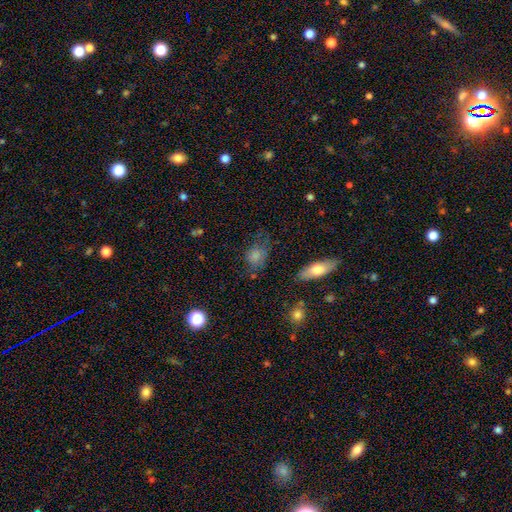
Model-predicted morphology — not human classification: This is likely a smooth galaxy (76%). How rounded: likely in between (64%). Merging: possibly none (48%).